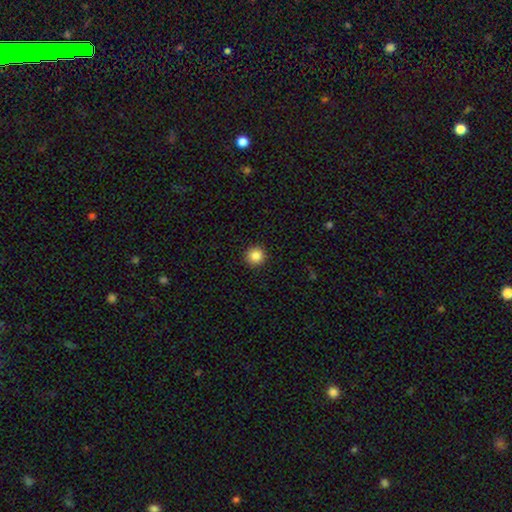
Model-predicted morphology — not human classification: Smooth or featured? Predicted: smooth (p=0.86). How rounded? Predicted: round (p=0.94). Merging? Predicted: none (p=0.93).